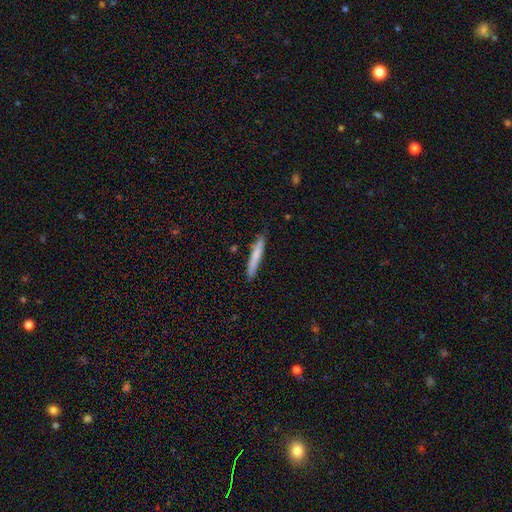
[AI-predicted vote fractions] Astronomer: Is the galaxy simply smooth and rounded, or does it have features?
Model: smooth — 75%.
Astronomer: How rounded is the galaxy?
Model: cigar-shaped — 95%.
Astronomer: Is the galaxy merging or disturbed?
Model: none — 84%.